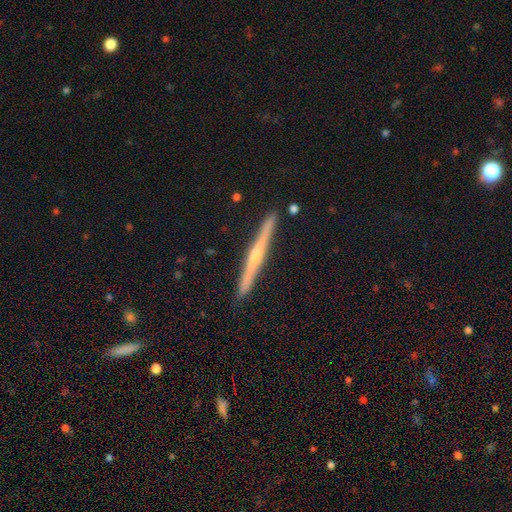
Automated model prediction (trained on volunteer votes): A featured or disk galaxy (71%) viewed edge-on (98%) with a rounded central bulge (63%).

Vote fractions:
- Smooth or featured? featured or disk: 71% / smooth: 23% / star or artifact: 6%
- Edge-on disk? yes: 98% / no: 2%
- Edge-on bulge? rounded: 63% / none: 31% / boxy: 7%
- Merging? none: 91% / minor disturbance: 6% / merger: 1% / major disturbance: 1%